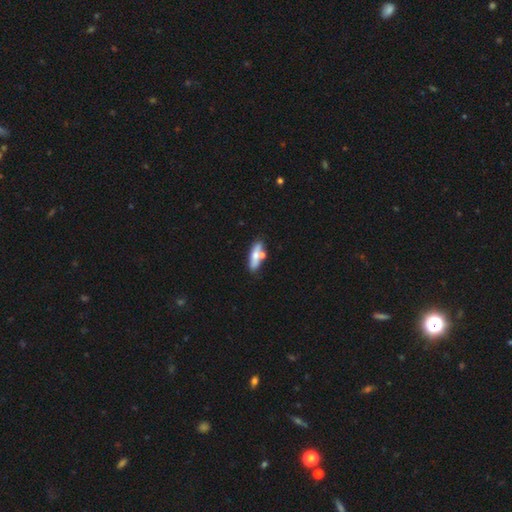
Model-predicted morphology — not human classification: smooth 60%, featured or disk 34%, star or artifact 6%. Down the decision tree: how rounded — cigar-shaped (57%); merging — none (62%).